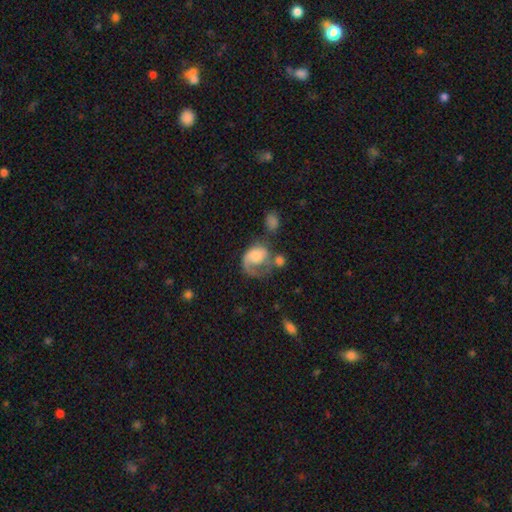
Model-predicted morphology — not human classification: Smooth or featured?
  - featured or disk: 62% *
  - smooth: 30%
  - star or artifact: 8%
Edge-on disk?
  - no: 98% *
  - yes: 2%
Bar?
  - no: 69% *
  - weak: 26%
  - strong: 5%
Spiral arms?
  - yes: 85% *
  - no: 15%
Spiral winding?
  - medium: 37% *
  - loose: 35%
  - tight: 28%
Spiral arm count?
  - 1: 75% *
  - 2: 16%
  - can't tell: 6%
  - 3: 1%
  - 4: 1%
  - more than 4: 1%
Bulge size?
  - moderate: 32% *
  - small: 23%
  - large: 21%
  - none: 20%
  - dominant: 4%
Merging?
  - major disturbance: 36% *
  - none: 29%
  - minor disturbance: 18%
  - merger: 17%